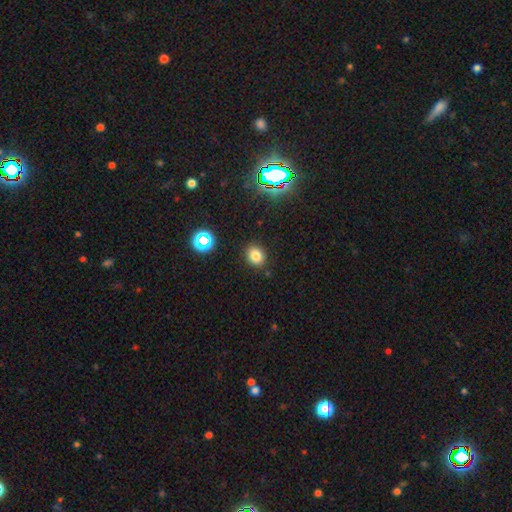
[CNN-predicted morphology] smooth-or-featured: smooth: 78% | star or artifact: 16% | featured or disk: 6%
  how-rounded: round: 54% | in between: 45% | cigar-shaped: 1%
  merging: none: 86% | minor disturbance: 9% | major disturbance: 3% | merger: 2%